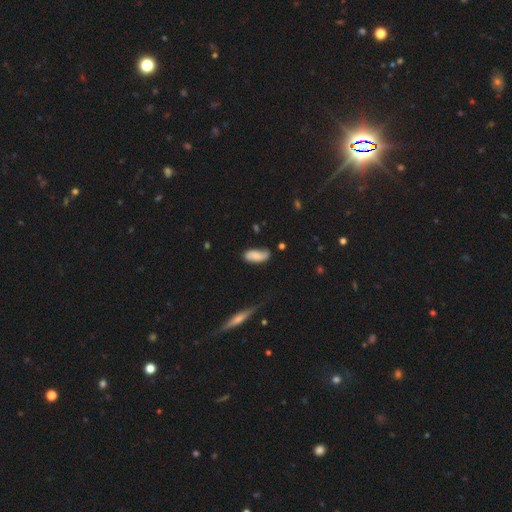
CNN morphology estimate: Q: Smooth or featured?
A: smooth (67%); runner-up: featured or disk (26%)
Q: How rounded?
A: in between (87%); runner-up: cigar-shaped (11%)
Q: Merging?
A: none (65%); runner-up: minor disturbance (27%)